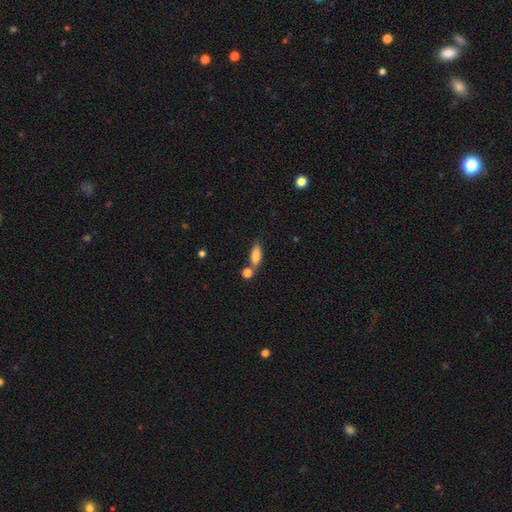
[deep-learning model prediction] Smooth or featured? Predicted: smooth (p=0.79). How rounded? Predicted: in between (p=0.70). Merging? Predicted: none (p=0.60).